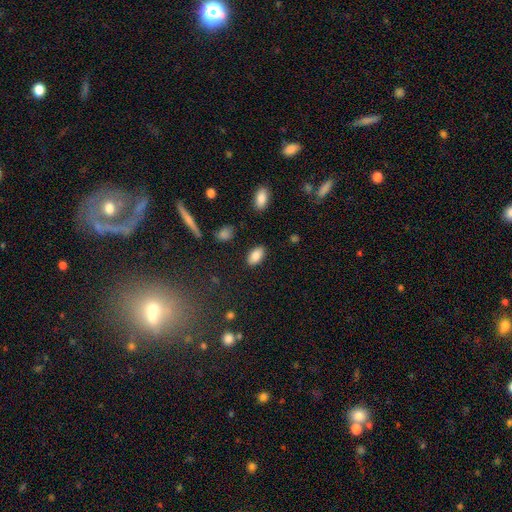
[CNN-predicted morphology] This appears to be a smooth galaxy with no disk features (85%) that is in between round and cigar-shaped (93%). Merging: none (86%).